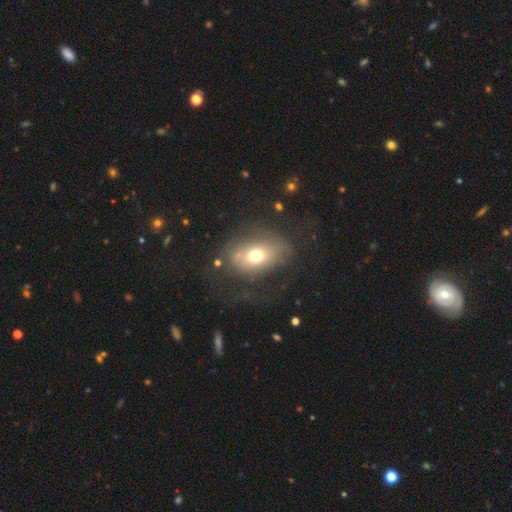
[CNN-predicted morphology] The model was most divided on "merging": none: 50%, major disturbance: 25%, minor disturbance: 22%, merger: 3%. More confident: how rounded — in between (77%); smooth or featured — smooth (64%).